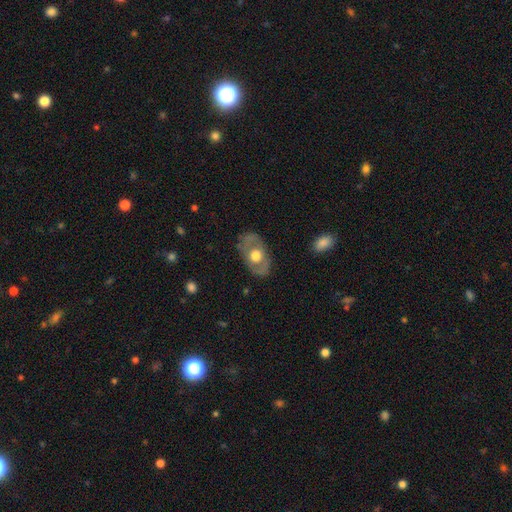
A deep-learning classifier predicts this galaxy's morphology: The model was most divided on "smooth or featured": featured or disk: 54%, smooth: 41%, star or artifact: 6%. More confident: edge-on disk — no (88%); merging — none (77%).